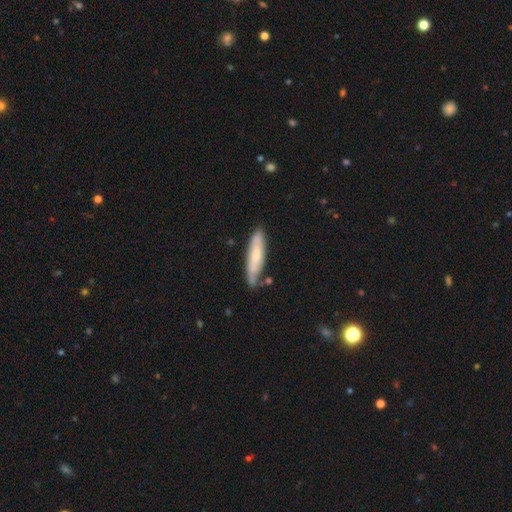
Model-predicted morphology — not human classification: The model was most divided on "smooth or featured": smooth: 61%, featured or disk: 33%, star or artifact: 6%. More confident: how rounded — cigar-shaped (76%); merging — none (70%).